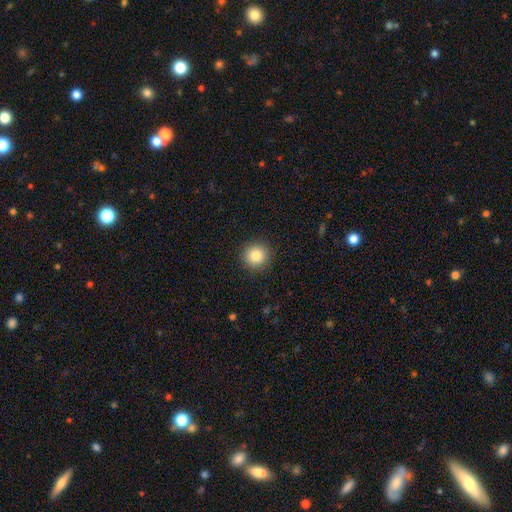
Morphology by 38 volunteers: Overall: smooth (82%). How rounded: round (100%). Merging: none (97%).